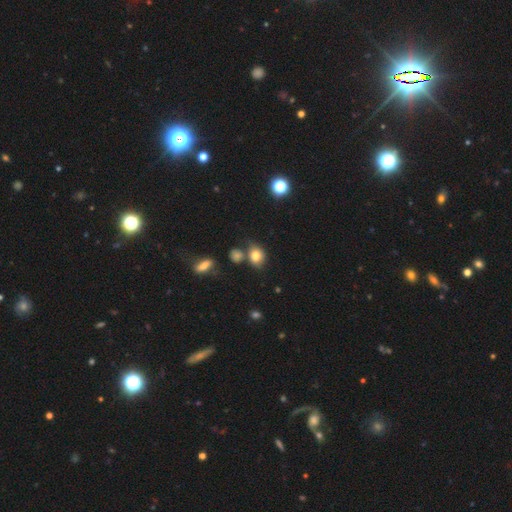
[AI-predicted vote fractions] Smooth or featured?
  - smooth: 78% *
  - star or artifact: 12%
  - featured or disk: 10%
How rounded?
  - in between: 52% *
  - round: 46%
  - cigar-shaped: 1%
Merging?
  - none: 60% *
  - minor disturbance: 17%
  - merger: 17%
  - major disturbance: 6%